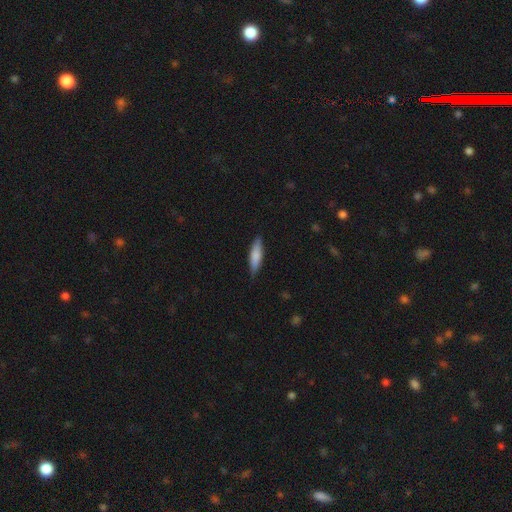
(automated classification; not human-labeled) A smooth galaxy with no disk features (76%) that is cigar-shaped (69%). Merging: none (84%).